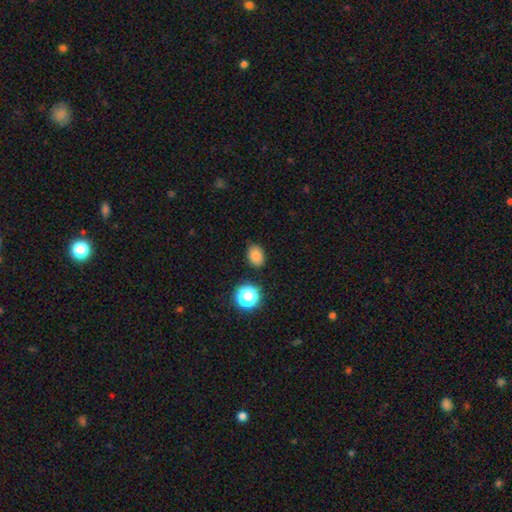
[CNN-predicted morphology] type=smooth (81%); roundness=in between (67%); merging=none (85%).